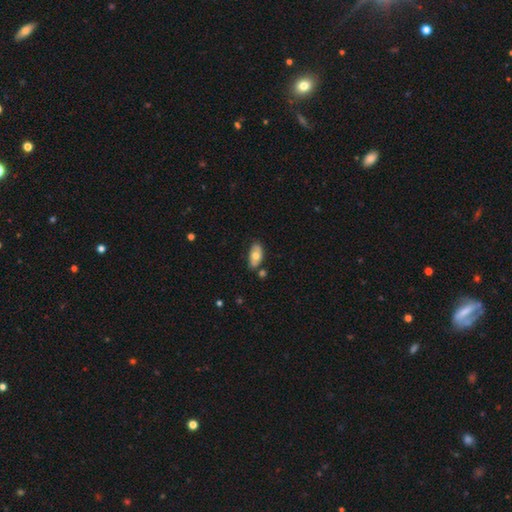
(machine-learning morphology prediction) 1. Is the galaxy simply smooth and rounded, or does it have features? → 67% smooth, 27% featured or disk, 7% star or artifact.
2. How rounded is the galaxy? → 92% in between, 4% cigar-shaped, 4% round.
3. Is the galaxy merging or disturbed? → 73% none, 17% minor disturbance, 7% merger, 3% major disturbance.